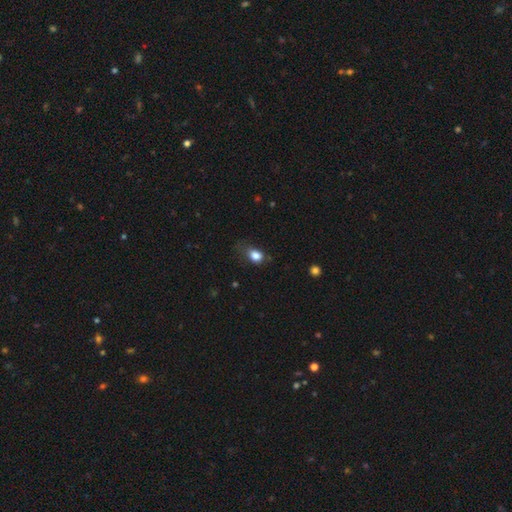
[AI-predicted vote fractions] This is clearly a smooth galaxy (83%). How rounded: likely in between (64%). Merging: possibly none (49%).